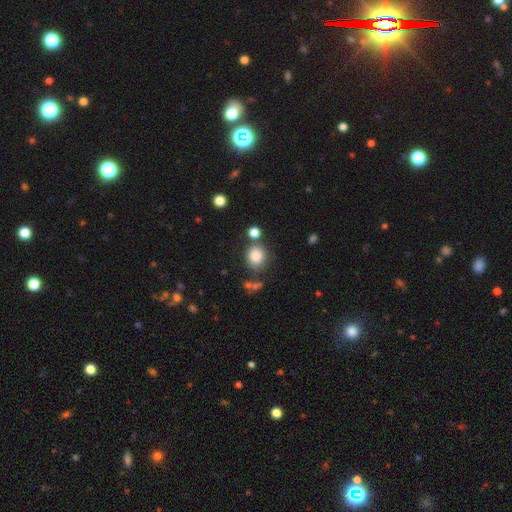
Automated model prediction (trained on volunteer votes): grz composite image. It shows a smooth galaxy with no disk features (84%) that is round (76%). Merging: none (72%).